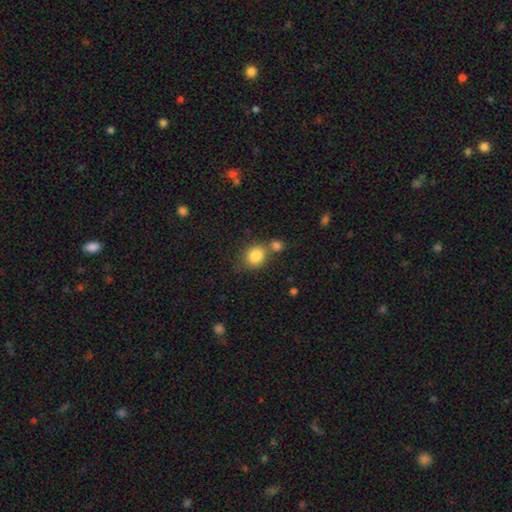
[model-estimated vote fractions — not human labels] Overall: smooth (84%). How rounded: round (70%). Merging: none (56%; merger 28%).